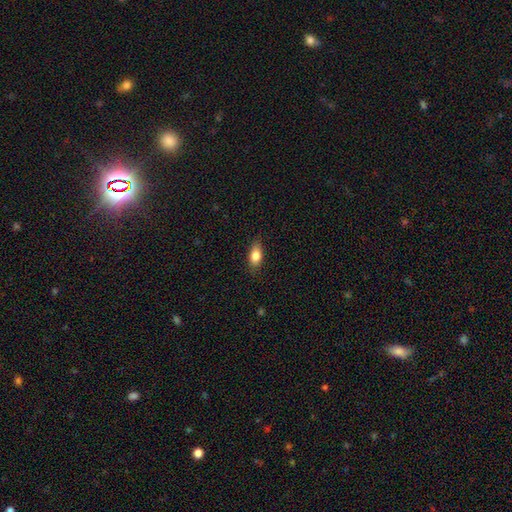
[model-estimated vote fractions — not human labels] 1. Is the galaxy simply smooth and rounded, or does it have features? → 82% smooth, 10% featured or disk, 8% star or artifact.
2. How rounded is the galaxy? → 83% in between, 9% cigar-shaped, 8% round.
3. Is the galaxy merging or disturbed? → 82% none, 14% minor disturbance, 3% major disturbance, 1% merger.